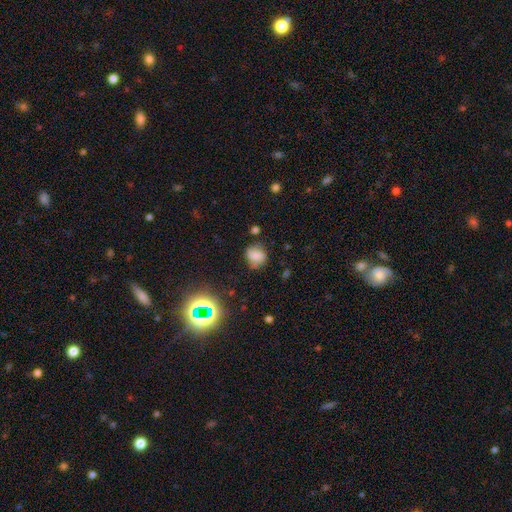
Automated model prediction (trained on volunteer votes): smooth-or-featured: smooth: 66% | featured or disk: 19% | star or artifact: 16%
  how-rounded: round: 73% | in between: 25% | cigar-shaped: 1%
  merging: none: 68% | minor disturbance: 22% | major disturbance: 6% | merger: 3%